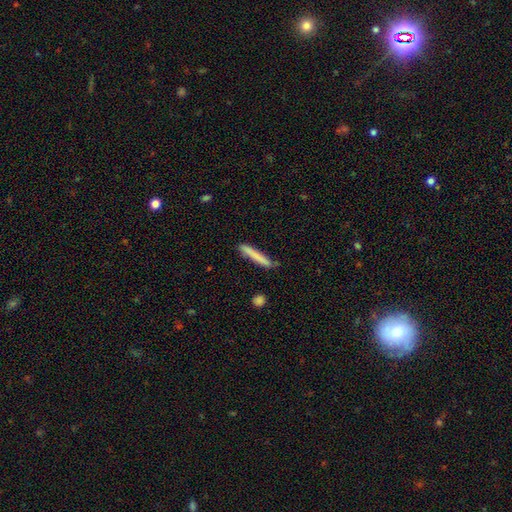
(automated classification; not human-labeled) smooth 78%, featured or disk 16%, star or artifact 6%. Down the decision tree: how rounded — cigar-shaped (95%); merging — none (83%).